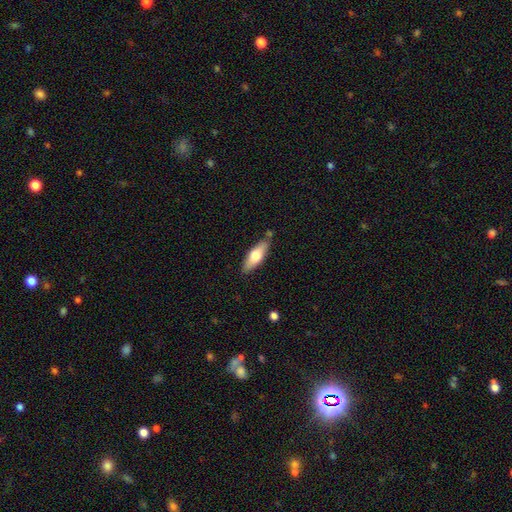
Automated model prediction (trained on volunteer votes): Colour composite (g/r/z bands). It shows a smooth galaxy with no disk features (60%) that is in between round and cigar-shaped (56%). Merging: none (80%).